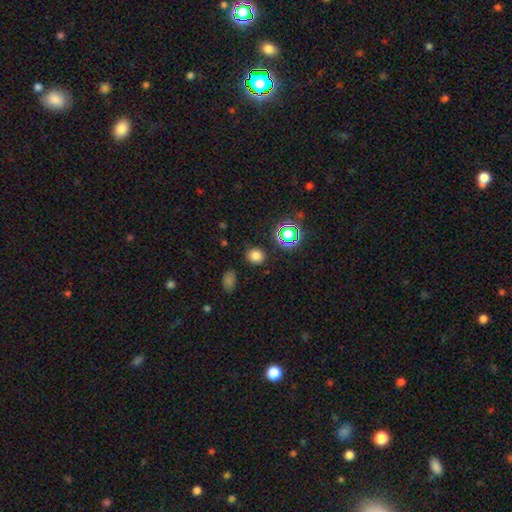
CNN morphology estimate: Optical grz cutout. It shows a smooth galaxy with no disk features (76%) that is round (79%). Merging: none (87%).